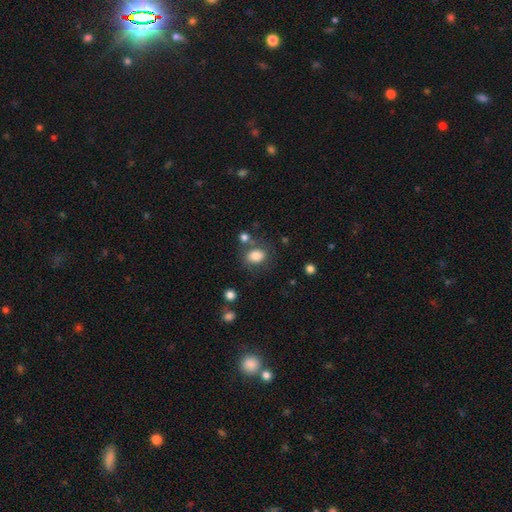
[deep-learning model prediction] Morphology: type=smooth (81%); roundness=in between (65%); merging=none (65%).